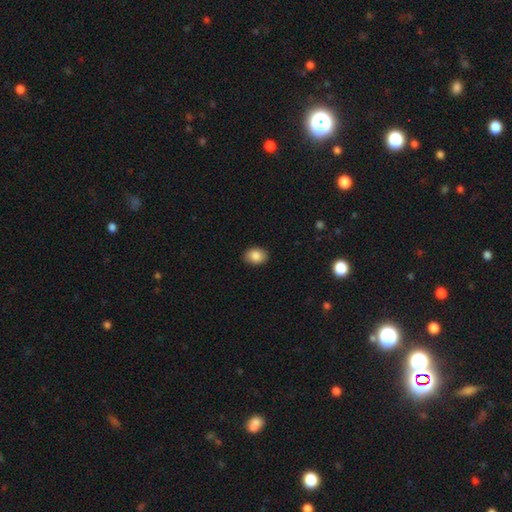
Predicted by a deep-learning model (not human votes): Smooth or featured? smooth (87%)
How rounded? in between (65%)
Merging? none (90%)